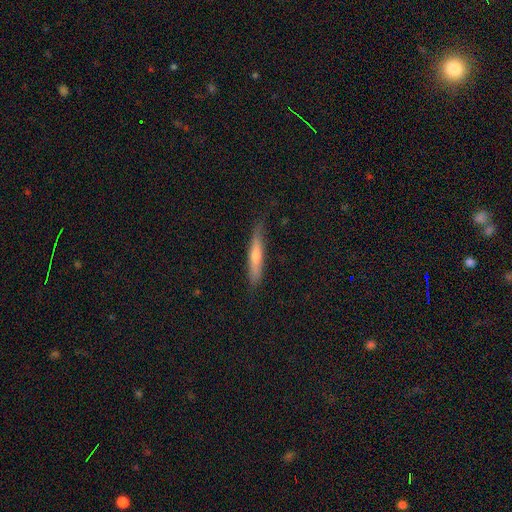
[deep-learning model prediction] Q: Smooth or featured?
A: smooth (55%); runner-up: featured or disk (38%)
Q: How rounded?
A: cigar-shaped (91%); runner-up: in between (7%)
Q: Merging?
A: none (82%); runner-up: minor disturbance (15%)